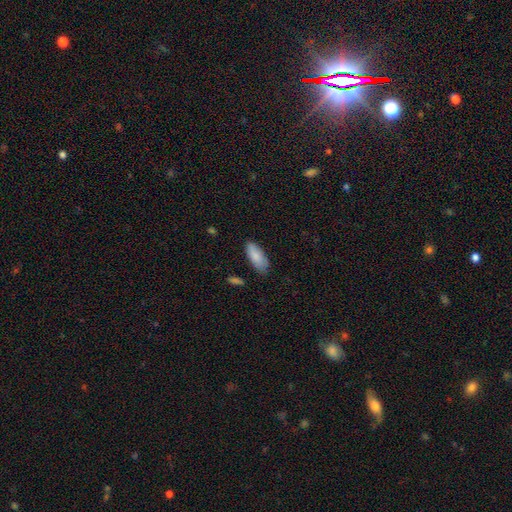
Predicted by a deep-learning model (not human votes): Smooth or featured? smooth (86%)
How rounded? in between (81%)
Merging? none (77%)